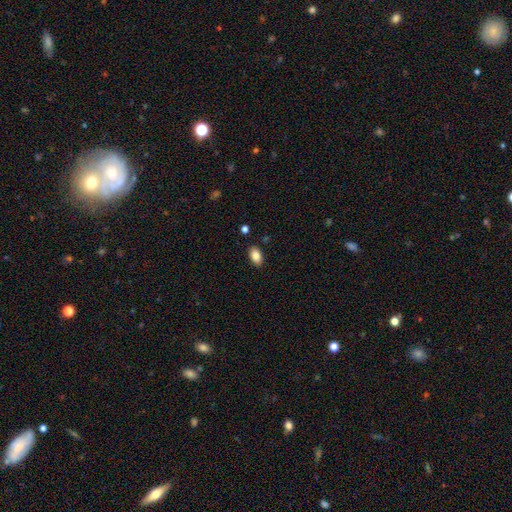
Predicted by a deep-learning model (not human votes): Morphology: type=smooth (84%); roundness=in between (92%); merging=none (87%).